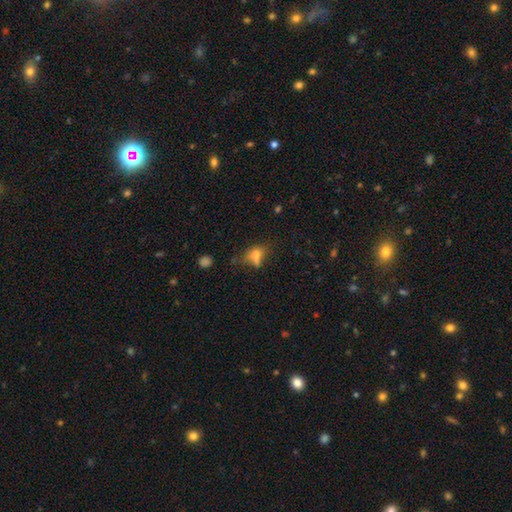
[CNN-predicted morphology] The model was most divided on "merging": none: 41%, minor disturbance: 25%, major disturbance: 24%, merger: 10%. More confident: how rounded — in between (71%); smooth or featured — smooth (63%).